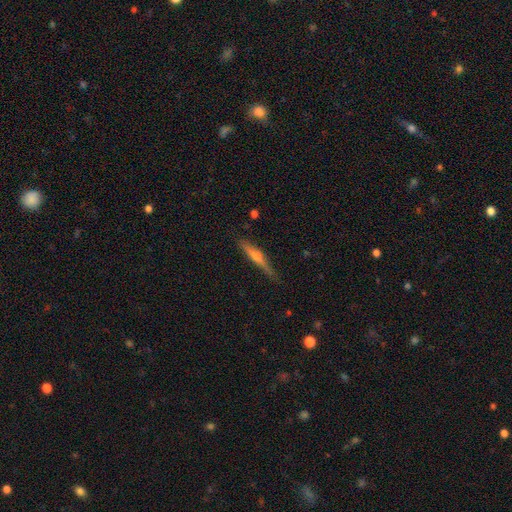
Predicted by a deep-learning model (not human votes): Smooth or featured? featured or disk (61%)
Edge-on disk? yes (96%)
Edge-on bulge? rounded (79%)
Merging? none (79%)